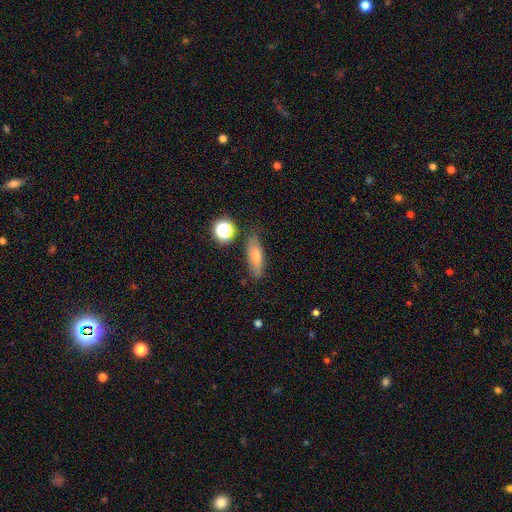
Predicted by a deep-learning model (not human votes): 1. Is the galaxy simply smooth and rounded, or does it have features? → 61% smooth, 27% featured or disk, 12% star or artifact.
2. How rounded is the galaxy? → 53% cigar-shaped, 41% in between, 6% round.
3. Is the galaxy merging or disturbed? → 77% none, 16% minor disturbance, 4% major disturbance, 3% merger.